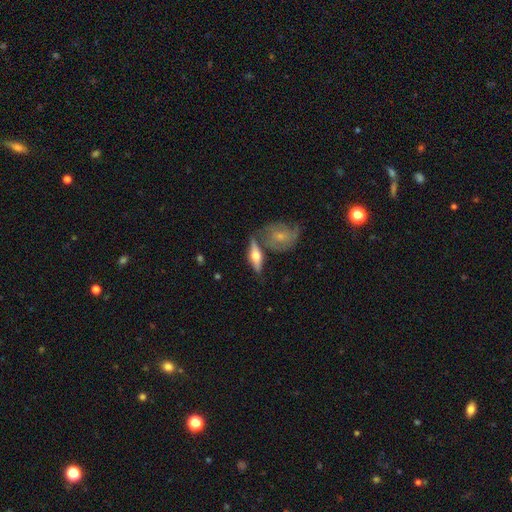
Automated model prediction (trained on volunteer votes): This appears to be a featured or disk galaxy (57%) viewed edge-on (86%). Merging: none (63%).